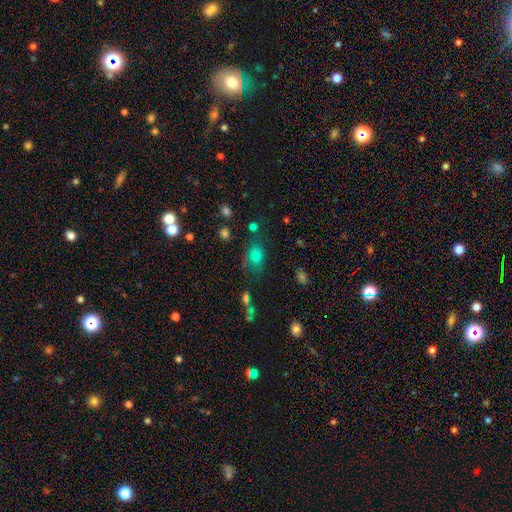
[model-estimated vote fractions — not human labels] A smooth galaxy with no disk features (73%) that is in between round and cigar-shaped (66%).

Vote fractions:
- Smooth or featured? smooth: 73% / star or artifact: 17% / featured or disk: 9%
- How rounded? in between: 66% / round: 32% / cigar-shaped: 2%
- Merging? none: 59% / minor disturbance: 22% / major disturbance: 11% / merger: 8%